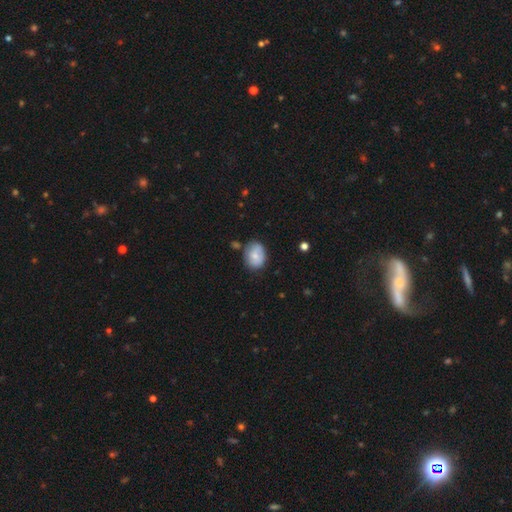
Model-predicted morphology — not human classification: A smooth galaxy with no disk features (70%) that is in between round and cigar-shaped (61%). Merging: none (66%).